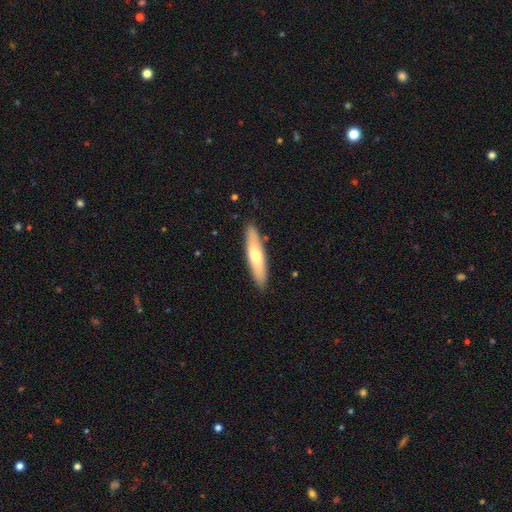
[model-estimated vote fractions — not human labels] smooth 61%, featured or disk 33%, star or artifact 5%. Down the decision tree: how rounded — cigar-shaped (78%); merging — none (88%).